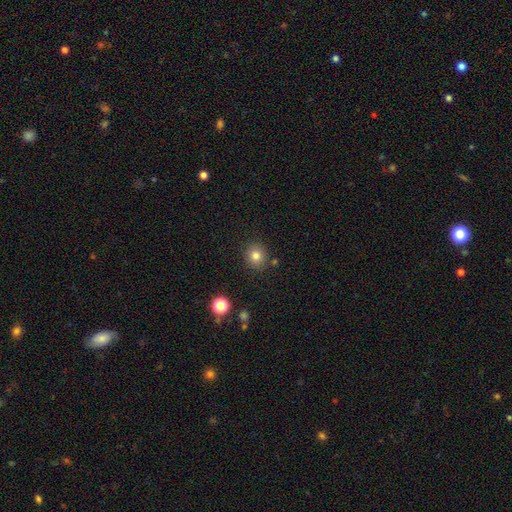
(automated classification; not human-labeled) Smooth or featured?
  - smooth: 80% *
  - star or artifact: 13%
  - featured or disk: 8%
How rounded?
  - round: 88% *
  - in between: 12%
  - cigar-shaped: 1%
Merging?
  - none: 86% *
  - minor disturbance: 8%
  - merger: 4%
  - major disturbance: 2%